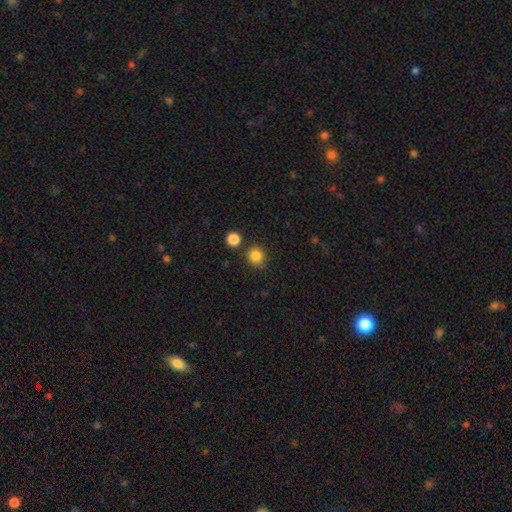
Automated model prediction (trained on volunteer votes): Overall: smooth (84%). How rounded: round (91%). Merging: none (82%).